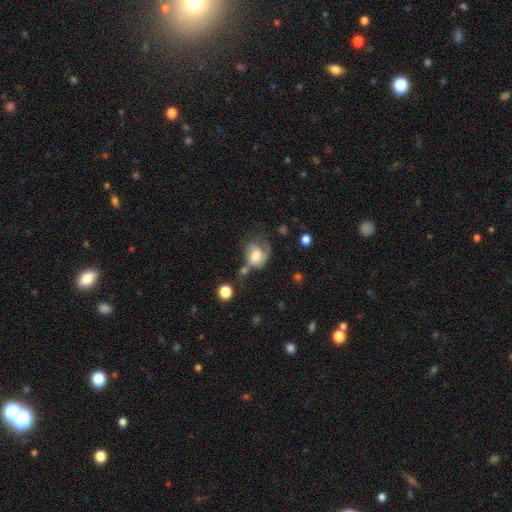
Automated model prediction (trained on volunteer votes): smooth-or-featured: featured or disk: 55% | smooth: 37% | star or artifact: 9%
  disk-edge-on: no: 97% | yes: 3%
    bar: no: 56% | weak: 36% | strong: 8%
    has-spiral-arms: yes: 83% | no: 17%
    bulge-size: moderate: 41% | large: 32% | small: 14% | none: 9% | dominant: 4%
  merging: major disturbance: 33% | none: 29% | minor disturbance: 22% | merger: 17%